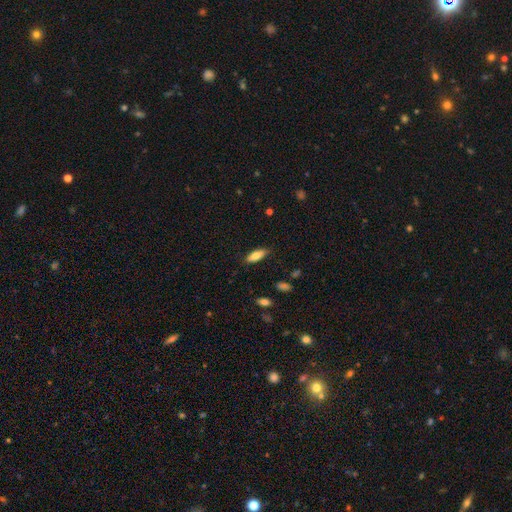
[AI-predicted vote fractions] The model was most divided on "how rounded": in between: 68%, cigar-shaped: 30%, round: 2%. More confident: merging — none (84%); smooth or featured — smooth (78%).